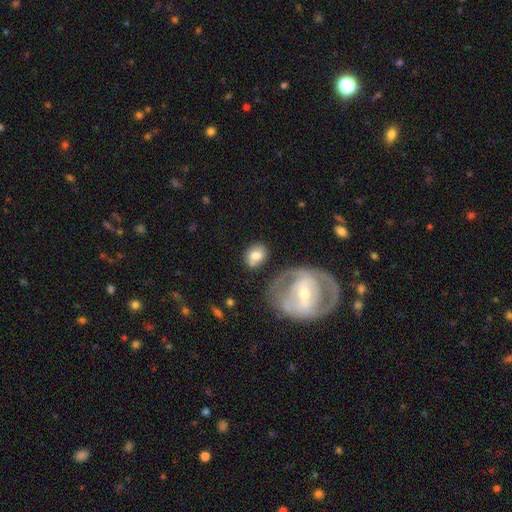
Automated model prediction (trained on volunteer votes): Overall: smooth (68%). How rounded: in between (53%; round 45%). Merging: none (60%).